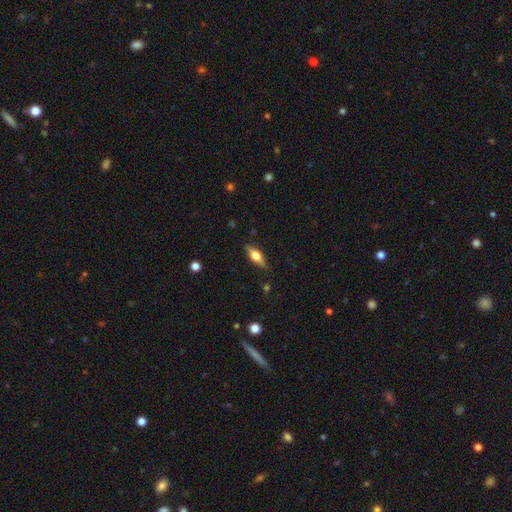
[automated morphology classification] Smooth or featured: featured or disk — 47% (smooth — 46%)
Merging: none — 86% (minor disturbance — 10%)